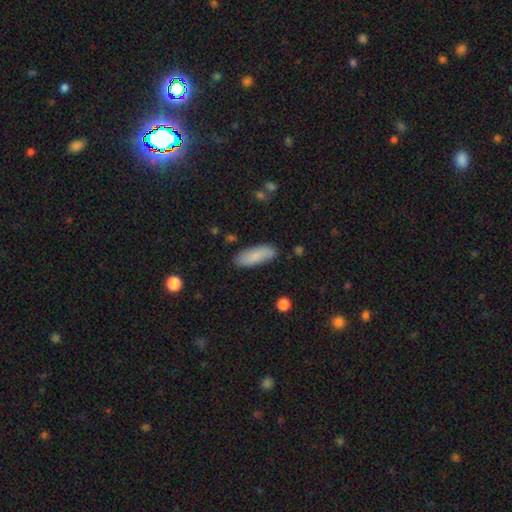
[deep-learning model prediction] A smooth galaxy with no disk features (84%) that is in between round and cigar-shaped (64%). Merging: none (85%).